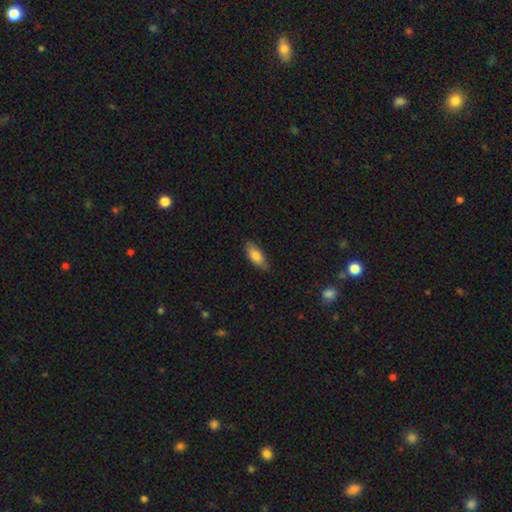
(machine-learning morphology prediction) Smooth or featured?
  - smooth: 81% *
  - featured or disk: 12%
  - star or artifact: 7%
How rounded?
  - in between: 80% *
  - cigar-shaped: 17%
  - round: 2%
Merging?
  - none: 81% *
  - minor disturbance: 16%
  - major disturbance: 2%
  - merger: 1%